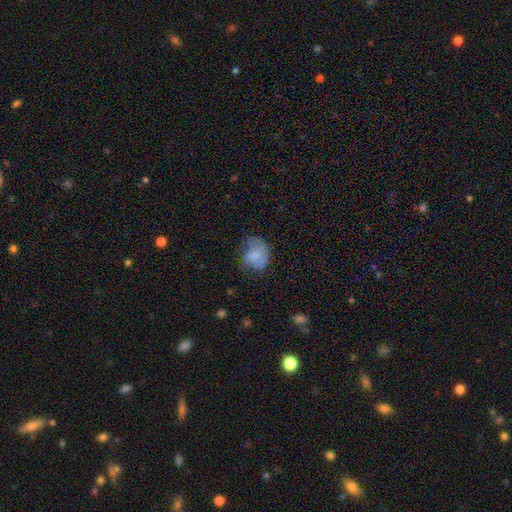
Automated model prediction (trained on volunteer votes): The model was most divided on "how rounded": round: 50%, in between: 49%, cigar-shaped: 1%. Remaining: smooth or featured — smooth (66%); merging — none (37%).